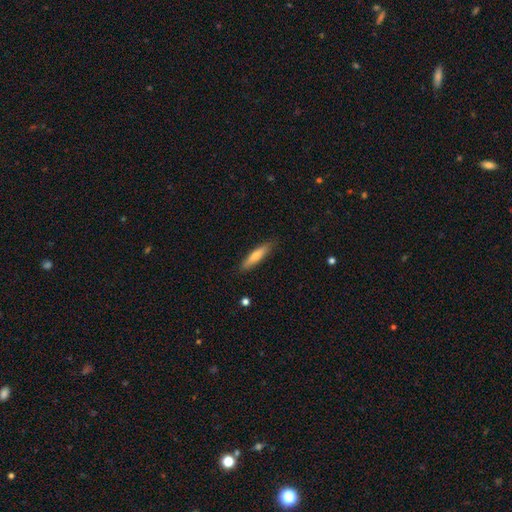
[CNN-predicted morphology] Smooth or featured: smooth — 72% (featured or disk — 22%)
How rounded: cigar-shaped — 82% (in between — 16%)
Merging: none — 86% (minor disturbance — 11%)